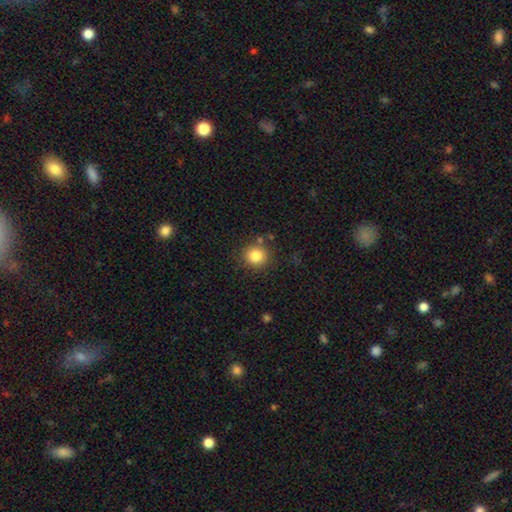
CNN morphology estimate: This appears to be a smooth galaxy with no disk features (83%) that is round (90%). Merging: none (83%).